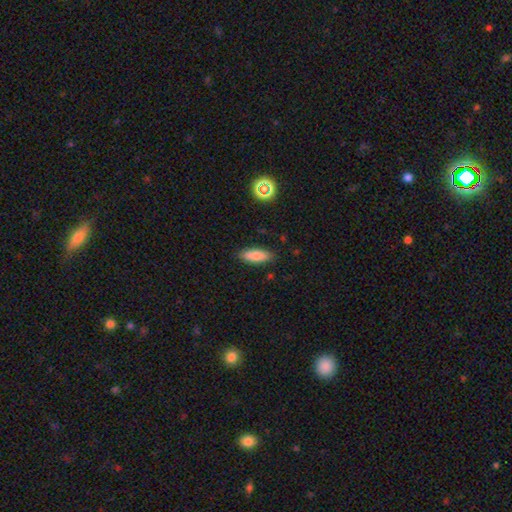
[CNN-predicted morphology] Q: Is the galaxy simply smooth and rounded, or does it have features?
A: smooth — 83%.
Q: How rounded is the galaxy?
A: in between — 60%.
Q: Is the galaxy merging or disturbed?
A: none — 86%.